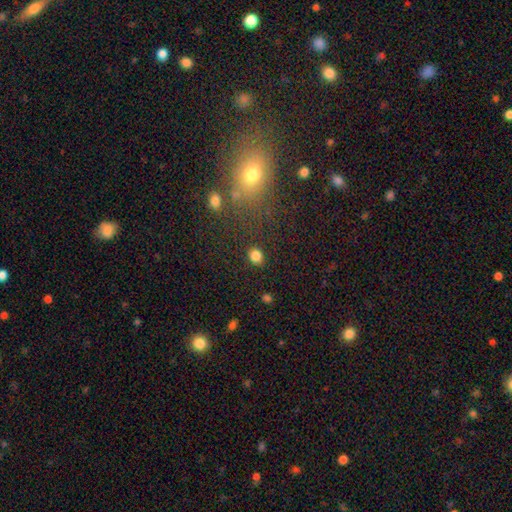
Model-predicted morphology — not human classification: This is clearly a smooth galaxy (83%). How rounded: possibly round (59%). Merging: clearly none (86%).